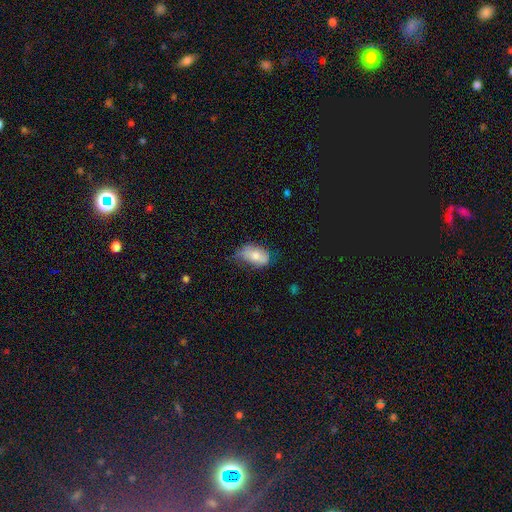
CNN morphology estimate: Q: Smooth or featured?
A: smooth (72%); runner-up: featured or disk (21%)
Q: How rounded?
A: in between (92%); runner-up: round (6%)
Q: Merging?
A: none (46%); runner-up: minor disturbance (39%)